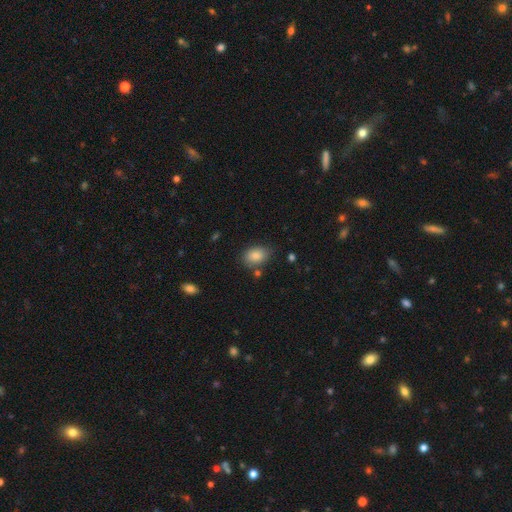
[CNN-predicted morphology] smooth-or-featured: smooth: 85% | star or artifact: 8% | featured or disk: 7%
  how-rounded: in between: 77% | round: 22% | cigar-shaped: 1%
  merging: none: 76% | minor disturbance: 15% | merger: 5% | major disturbance: 4%